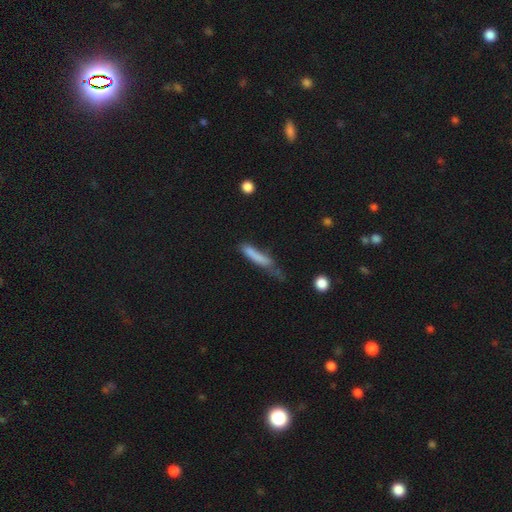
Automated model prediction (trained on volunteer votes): Smooth or featured? Predicted: smooth (p=0.75). How rounded? Predicted: cigar-shaped (p=0.87). Merging? Predicted: none (p=0.38).